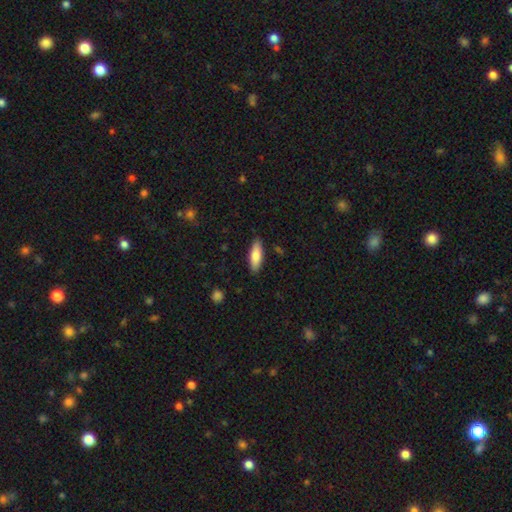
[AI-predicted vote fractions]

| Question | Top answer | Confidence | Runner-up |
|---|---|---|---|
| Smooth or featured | smooth | 80% | featured or disk (13%) |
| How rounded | in between | 56% | cigar-shaped (42%) |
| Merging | none | 86% | minor disturbance (10%) |